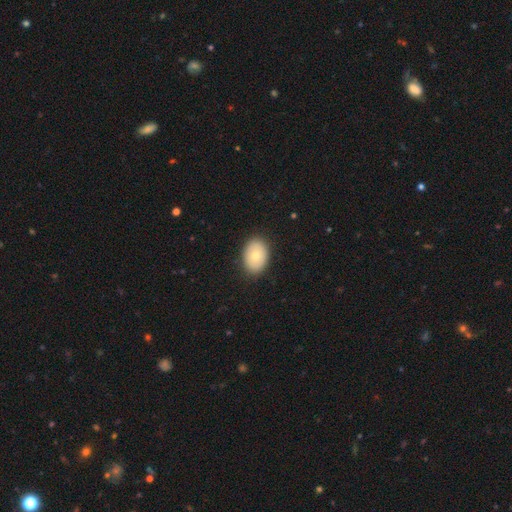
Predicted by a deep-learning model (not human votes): Overall: smooth (74%). How rounded: in between (79%). Merging: none (87%).